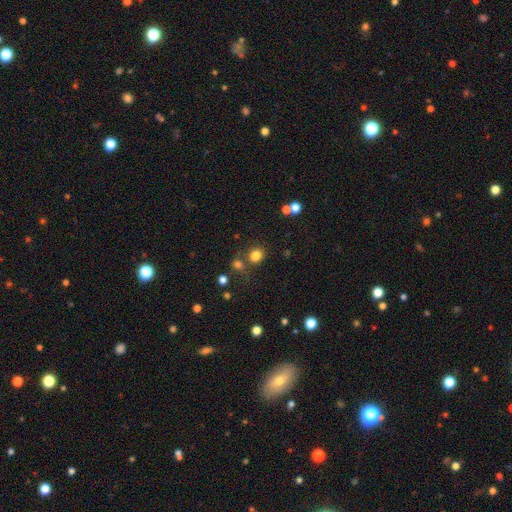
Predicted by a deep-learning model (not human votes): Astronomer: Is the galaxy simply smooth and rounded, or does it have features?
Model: smooth — 79%.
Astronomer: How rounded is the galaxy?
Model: round — 79%.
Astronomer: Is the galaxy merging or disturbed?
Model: none — 69%.